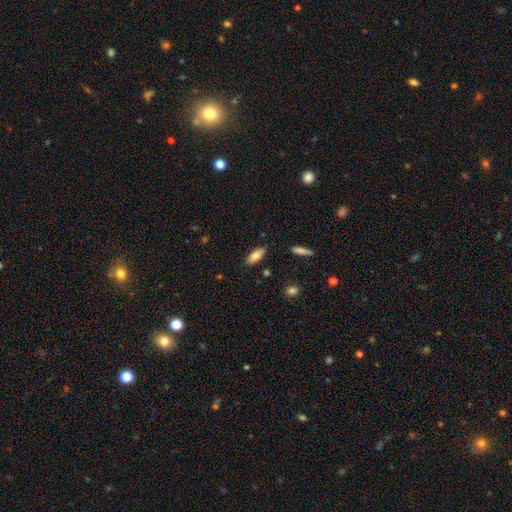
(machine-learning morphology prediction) Q: Smooth or featured?
A: smooth (75%); runner-up: featured or disk (18%)
Q: How rounded?
A: in between (81%); runner-up: cigar-shaped (17%)
Q: Merging?
A: none (84%); runner-up: minor disturbance (12%)